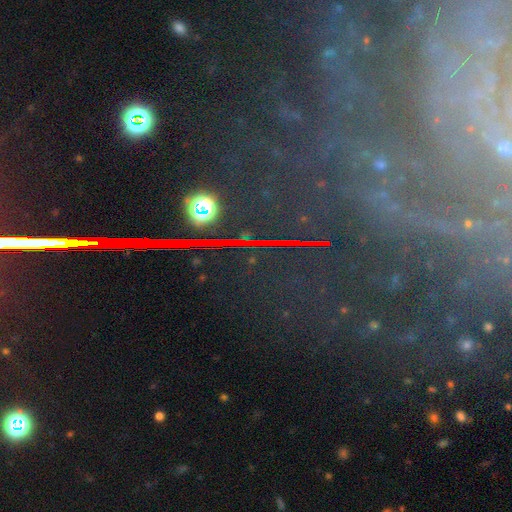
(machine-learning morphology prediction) The model was most divided on "smooth or featured": star or artifact: 59%, featured or disk: 28%, smooth: 13%.